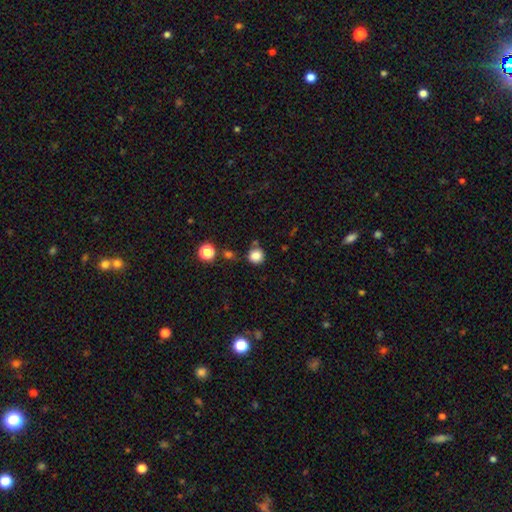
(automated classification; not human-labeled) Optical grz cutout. It shows a smooth galaxy with no disk features (84%) that is round (90%). Merging: none (75%).